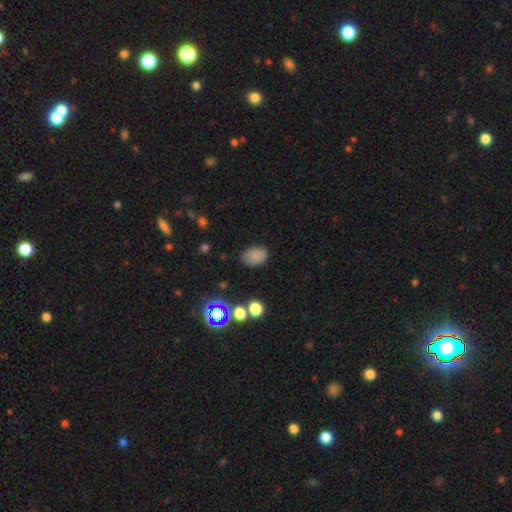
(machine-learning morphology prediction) This appears to be a smooth galaxy with no disk features (80%) that is in between round and cigar-shaped (83%). Merging: none (76%).